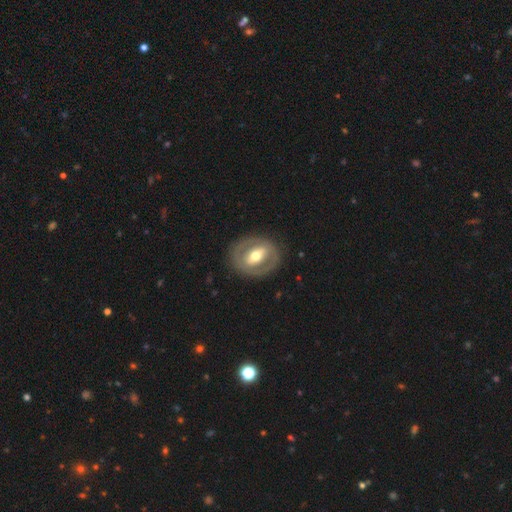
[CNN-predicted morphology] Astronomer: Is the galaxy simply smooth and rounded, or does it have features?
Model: featured or disk — 65%.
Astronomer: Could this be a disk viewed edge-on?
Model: no — 93%.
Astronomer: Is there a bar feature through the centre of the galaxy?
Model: strong — 45% (runner-up: weak, 29%).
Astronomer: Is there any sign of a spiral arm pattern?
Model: no — 72%.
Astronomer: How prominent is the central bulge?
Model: moderate — 70%.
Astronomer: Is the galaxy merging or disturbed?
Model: none — 84%.